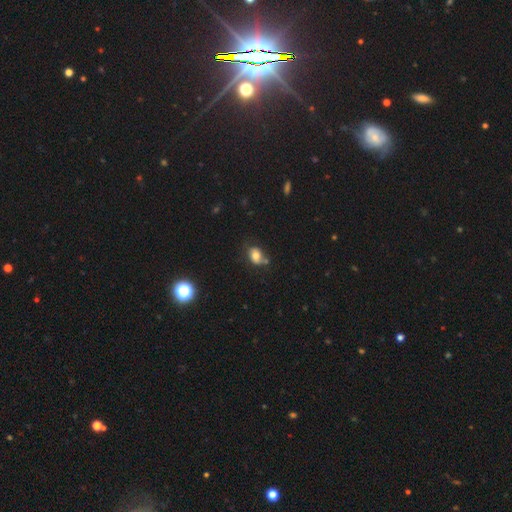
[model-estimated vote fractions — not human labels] smooth-or-featured: smooth: 74% | featured or disk: 14% | star or artifact: 12%
  how-rounded: in between: 57% | round: 41% | cigar-shaped: 1%
  merging: none: 54% | minor disturbance: 25% | merger: 13% | major disturbance: 8%